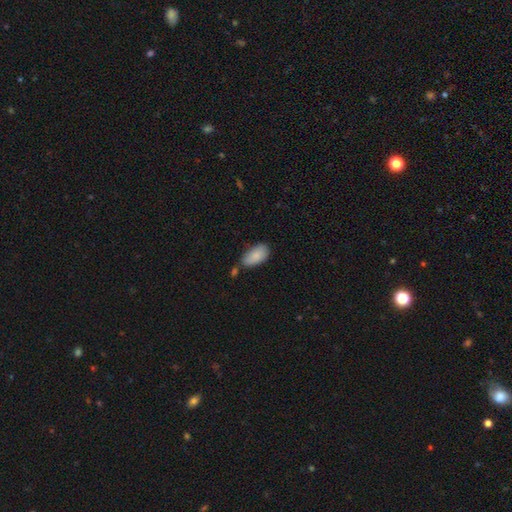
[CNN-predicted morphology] Overall: smooth (87%). How rounded: in between (94%). Merging: none (62%; minor disturbance 23%).